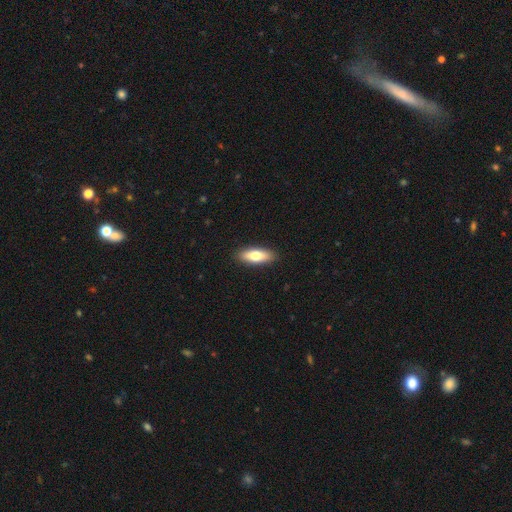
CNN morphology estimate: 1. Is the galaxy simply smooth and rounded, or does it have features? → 71% smooth, 22% featured or disk, 6% star or artifact.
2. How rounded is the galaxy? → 66% in between, 31% cigar-shaped, 3% round.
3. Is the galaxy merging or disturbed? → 90% none, 7% minor disturbance, 2% major disturbance, 1% merger.